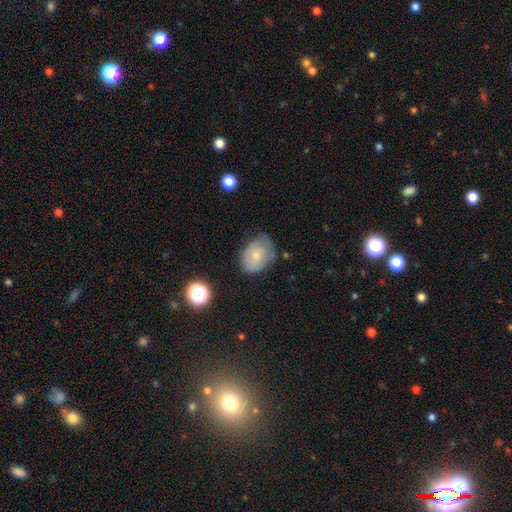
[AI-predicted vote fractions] smooth-or-featured: smooth: 67% | featured or disk: 24% | star or artifact: 9%
  how-rounded: in between: 69% | round: 30% | cigar-shaped: 1%
  merging: none: 54% | minor disturbance: 33% | major disturbance: 10% | merger: 3%